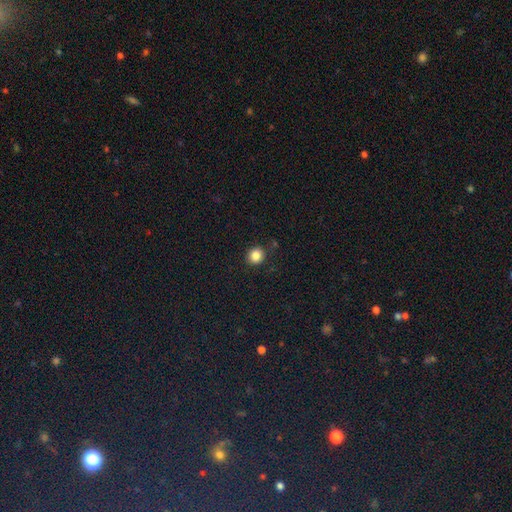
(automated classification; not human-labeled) Smooth or featured?
  - smooth: 85% *
  - star or artifact: 11%
  - featured or disk: 4%
How rounded?
  - round: 85% *
  - in between: 14%
  - cigar-shaped: 1%
Merging?
  - none: 88% *
  - minor disturbance: 8%
  - major disturbance: 2%
  - merger: 2%